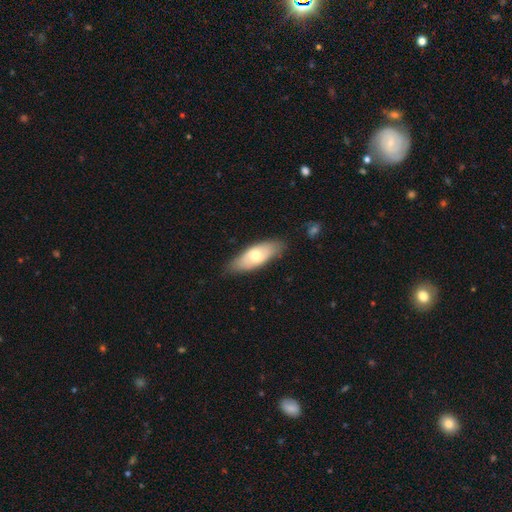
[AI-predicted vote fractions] smooth 60%, featured or disk 34%, star or artifact 6%. Down the decision tree: how rounded — in between (78%); merging — none (79%).